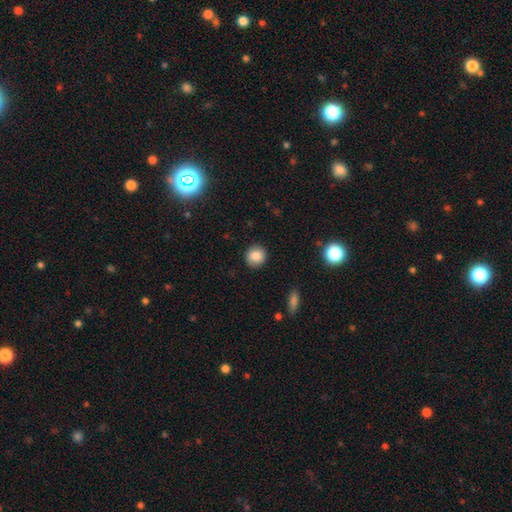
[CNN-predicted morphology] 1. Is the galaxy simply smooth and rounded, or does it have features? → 85% smooth, 9% star or artifact, 5% featured or disk.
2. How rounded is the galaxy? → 89% round, 10% in between, 1% cigar-shaped.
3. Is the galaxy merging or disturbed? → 90% none, 7% minor disturbance, 2% major disturbance, 1% merger.